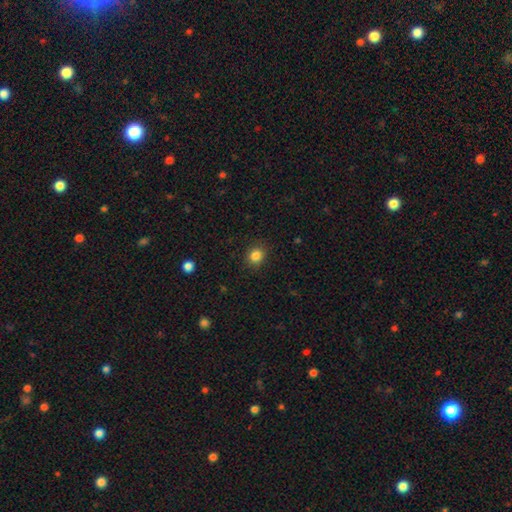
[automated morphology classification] Smooth or featured? Predicted: smooth (p=0.85). How rounded? Predicted: round (p=0.74). Merging? Predicted: none (p=0.87).